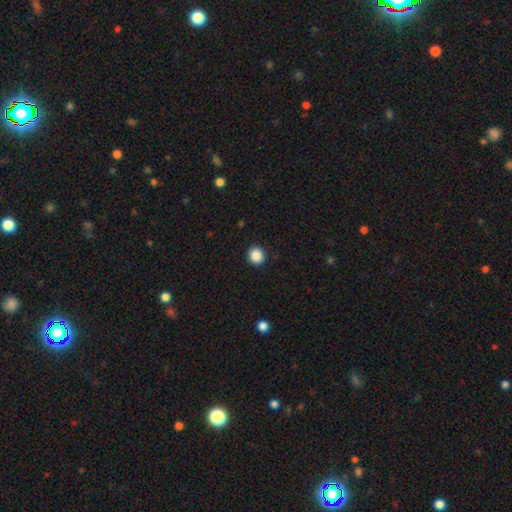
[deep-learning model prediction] Smooth or featured? Predicted: smooth (p=0.88). How rounded? Predicted: round (p=0.86). Merging? Predicted: none (p=0.92).